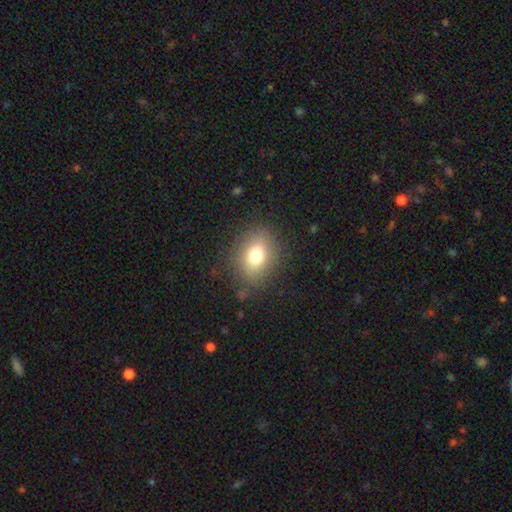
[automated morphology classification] Smooth or featured?
  - smooth: 75% *
  - featured or disk: 13%
  - star or artifact: 12%
How rounded?
  - in between: 59% *
  - round: 39%
  - cigar-shaped: 2%
Merging?
  - none: 81% *
  - minor disturbance: 12%
  - major disturbance: 5%
  - merger: 2%